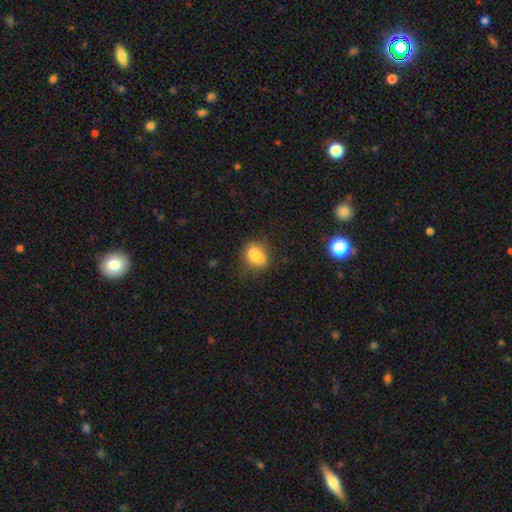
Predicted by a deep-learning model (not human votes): Smooth or featured: smooth — 70% (featured or disk — 19%)
How rounded: in between — 61% (round — 32%)
Merging: none — 60% (minor disturbance — 22%)